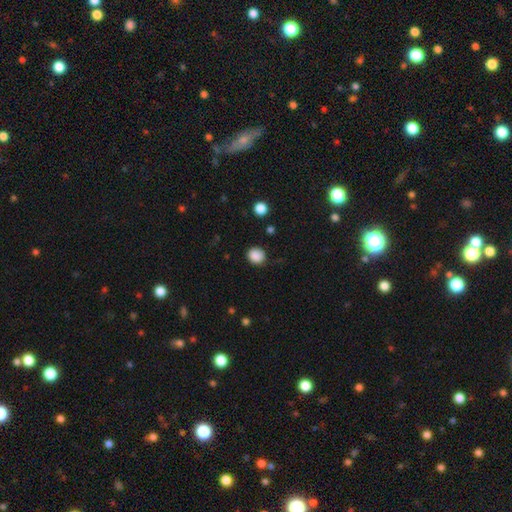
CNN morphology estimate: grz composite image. It shows a smooth galaxy with no disk features (87%) that is round (84%). Merging: none (86%).